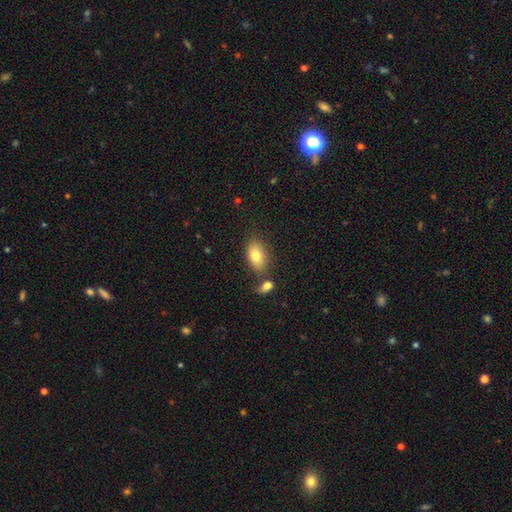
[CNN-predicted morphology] Q: Smooth or featured?
A: smooth (80%); runner-up: featured or disk (12%)
Q: How rounded?
A: in between (89%); runner-up: round (9%)
Q: Merging?
A: none (69%); runner-up: minor disturbance (14%)